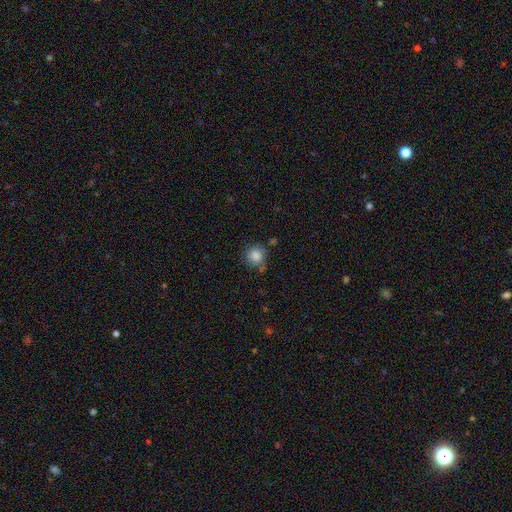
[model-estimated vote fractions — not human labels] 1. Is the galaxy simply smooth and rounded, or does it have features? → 83% smooth, 9% star or artifact, 7% featured or disk.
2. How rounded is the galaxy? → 86% round, 13% in between, 1% cigar-shaped.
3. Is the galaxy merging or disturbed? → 63% none, 23% minor disturbance, 7% merger, 6% major disturbance.